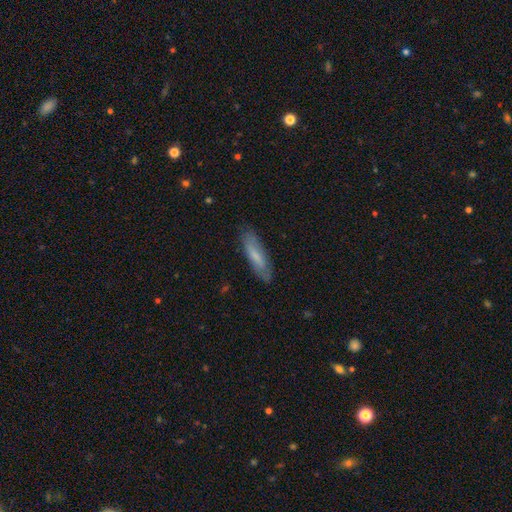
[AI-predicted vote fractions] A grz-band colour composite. It shows a smooth galaxy with no disk features (65%) that is cigar-shaped (68%). Merging: none (82%).